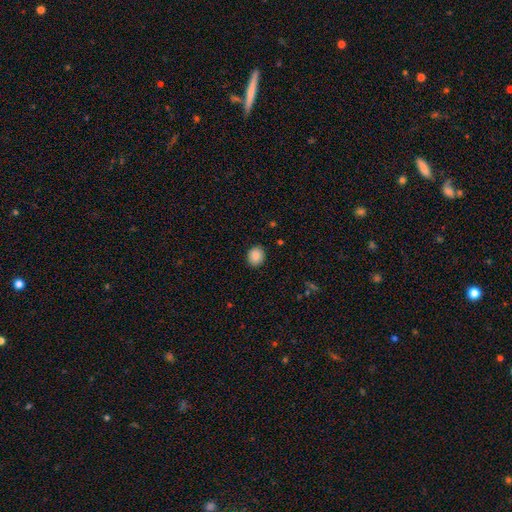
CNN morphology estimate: A smooth galaxy with no disk features (88%) that is round (67%).

Vote fractions:
- Smooth or featured? smooth: 88% / star or artifact: 8% / featured or disk: 3%
- How rounded? round: 67% / in between: 32% / cigar-shaped: 1%
- Merging? none: 90% / minor disturbance: 7% / major disturbance: 2% / merger: 1%